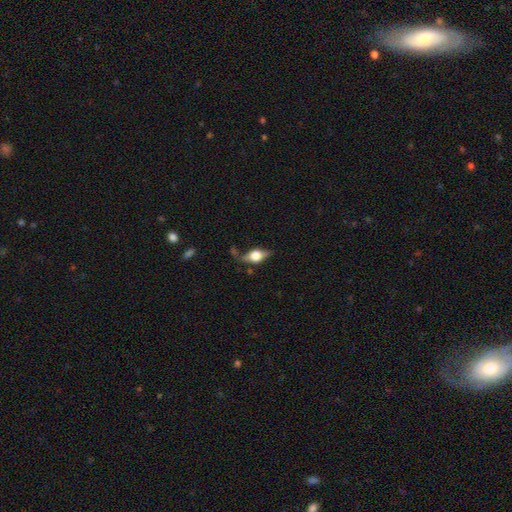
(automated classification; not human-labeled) A featured or disk galaxy (53%) viewed edge-on (88%).

Vote fractions:
- Smooth or featured? featured or disk: 53% / smooth: 38% / star or artifact: 9%
- Edge-on disk? yes: 88% / no: 12%
- Merging? none: 64% / minor disturbance: 22% / major disturbance: 9% / merger: 5%